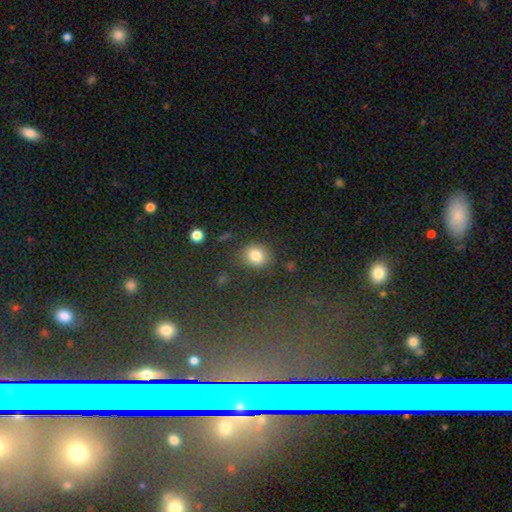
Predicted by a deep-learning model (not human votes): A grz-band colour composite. It shows a smooth galaxy with no disk features (83%) that is round (70%). Merging: none (80%).